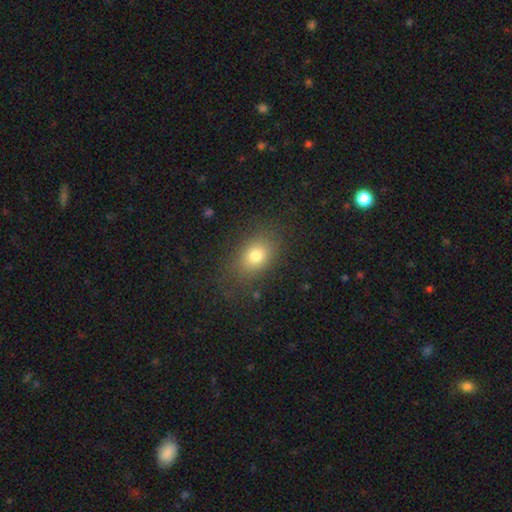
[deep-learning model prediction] smooth_or_featured: smooth (p=0.77) [alt: star or artifact p=0.12]
how_rounded: in between (p=0.72) [alt: round p=0.26]
merging: none (p=0.78) [alt: minor disturbance p=0.14]